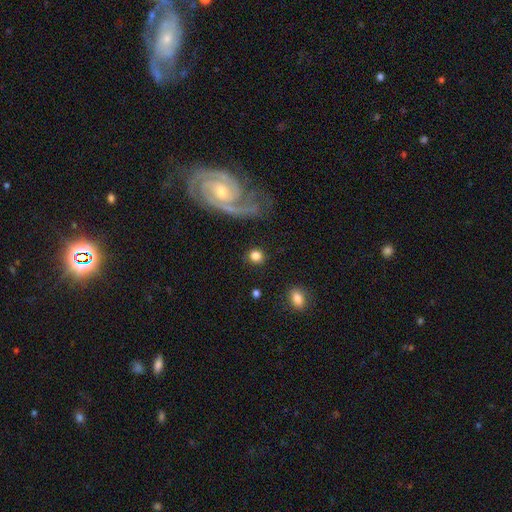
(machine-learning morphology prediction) A smooth galaxy with no disk features (78%) that is round (86%).

Vote fractions:
- Smooth or featured? smooth: 78% / featured or disk: 13% / star or artifact: 9%
- How rounded? round: 86% / in between: 12% / cigar-shaped: 2%
- Merging? none: 83% / minor disturbance: 8% / major disturbance: 5% / merger: 4%